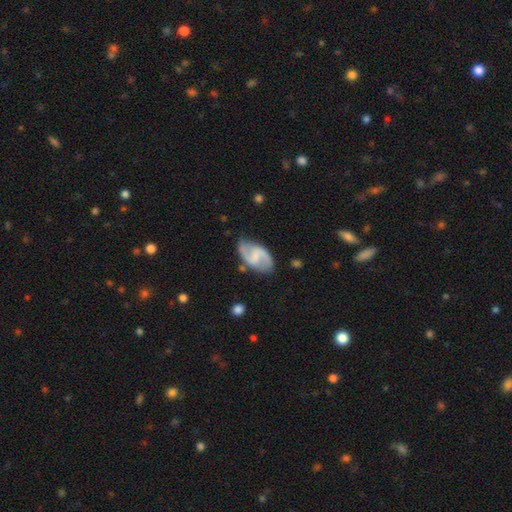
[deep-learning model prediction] This appears to be a featured or disk galaxy (83%) with a weak bar (51%), 2 (92%) medium (45%) spiral arms (95%) and no central bulge (40%). Merging: none (76%).